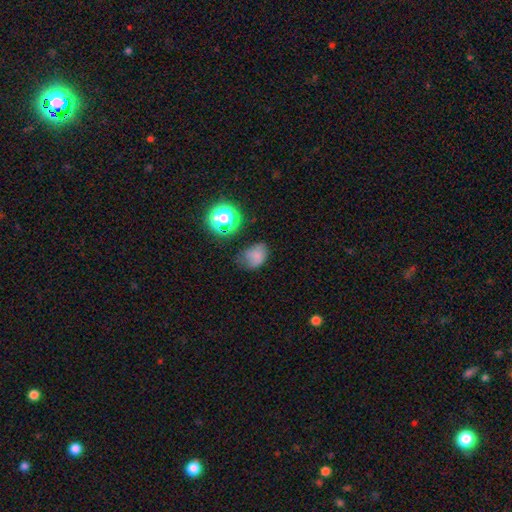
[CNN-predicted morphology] A smooth galaxy with no disk features (70%) that is in between round and cigar-shaped (64%).

Vote fractions:
- Smooth or featured? smooth: 70% / star or artifact: 19% / featured or disk: 12%
- How rounded? in between: 64% / round: 35% / cigar-shaped: 1%
- Merging? none: 48% / minor disturbance: 32% / major disturbance: 15% / merger: 4%